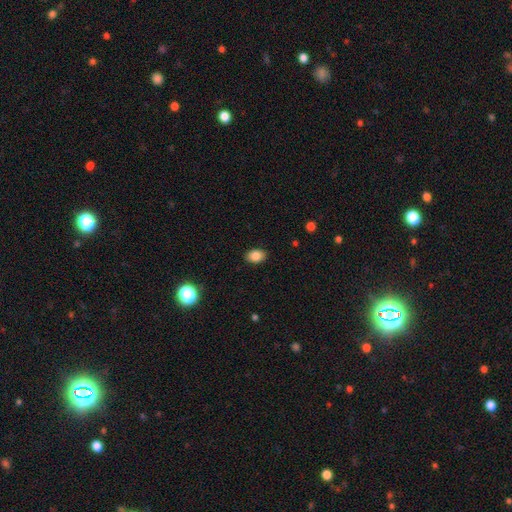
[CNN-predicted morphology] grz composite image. It shows a smooth galaxy with no disk features (85%) that is in between round and cigar-shaped (80%). Merging: none (89%).